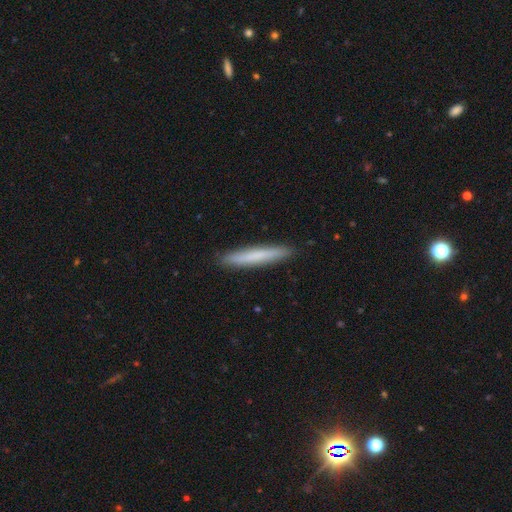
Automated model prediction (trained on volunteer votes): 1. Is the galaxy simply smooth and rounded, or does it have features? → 72% smooth, 23% featured or disk, 6% star or artifact.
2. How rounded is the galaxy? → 96% cigar-shaped, 3% in between, 1% round.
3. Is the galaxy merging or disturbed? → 92% none, 6% minor disturbance, 1% major disturbance, 1% merger.